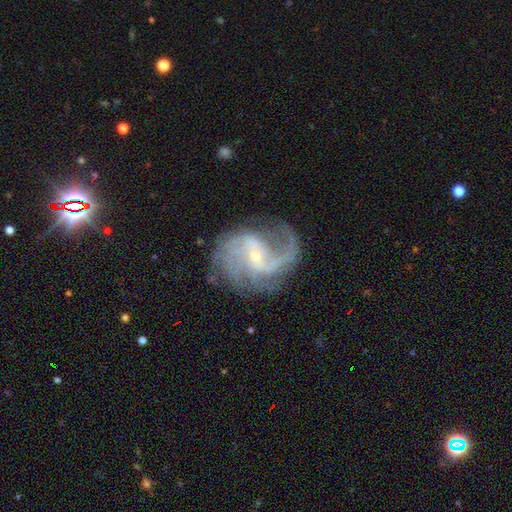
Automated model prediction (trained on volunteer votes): smooth-or-featured: featured or disk: 89% | star or artifact: 7% | smooth: 5%
  disk-edge-on: no: 98% | yes: 2%
    bar: weak: 49% | no: 28% | strong: 23%
    has-spiral-arms: yes: 97% | no: 3%
      spiral-winding: loose: 45% | medium: 41% | tight: 14%
      spiral-arm-count: 2: 50% | can't tell: 15% | 3: 13% | 1: 8% | 4: 7% | more than 4: 6%
    bulge-size: small: 82% | moderate: 13% | none: 3% | large: 1% | dominant: 1%
  merging: none: 66% | minor disturbance: 17% | major disturbance: 14% | merger: 2%